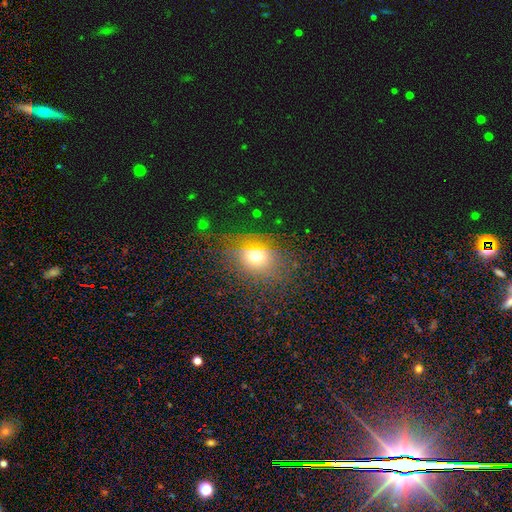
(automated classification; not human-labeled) smooth_or_featured: smooth (p=0.61) [alt: star or artifact p=0.21]
how_rounded: round (p=0.58) [alt: in between p=0.40]
merging: none (p=0.73) [alt: minor disturbance p=0.15]